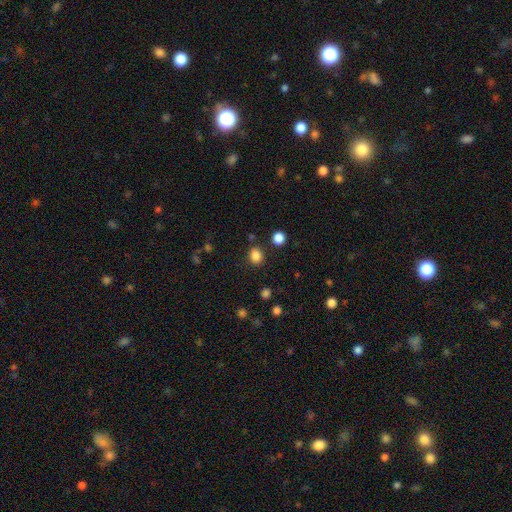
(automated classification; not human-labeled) A smooth galaxy with no disk features (84%) that is round (56%). Merging: none (84%).